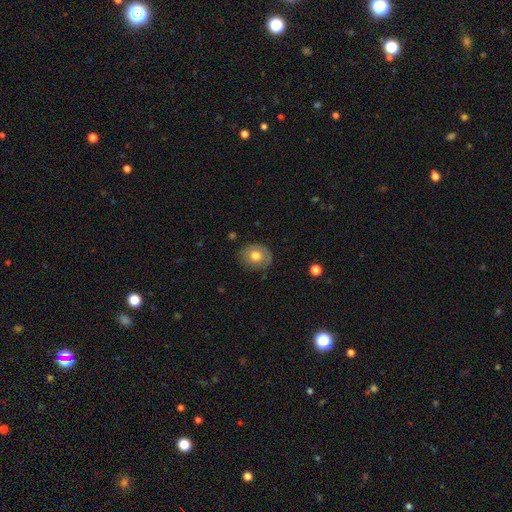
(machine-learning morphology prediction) smooth 69%, featured or disk 23%, star or artifact 8%. Down the decision tree: how rounded — round (68%); merging — none (79%).